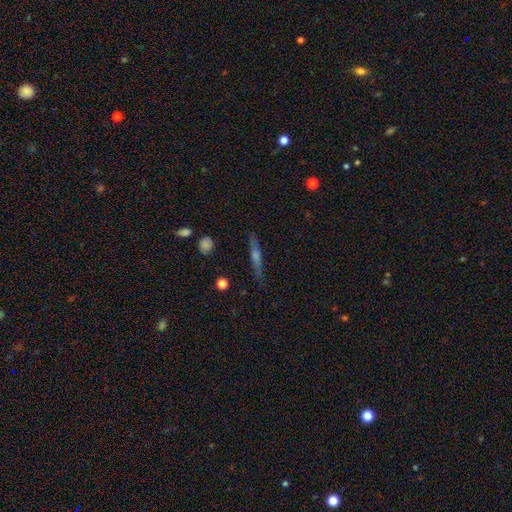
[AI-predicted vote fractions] Smooth or featured? featured or disk (65%)
Edge-on disk? yes (96%)
Edge-on bulge? rounded (73%)
Merging? none (87%)